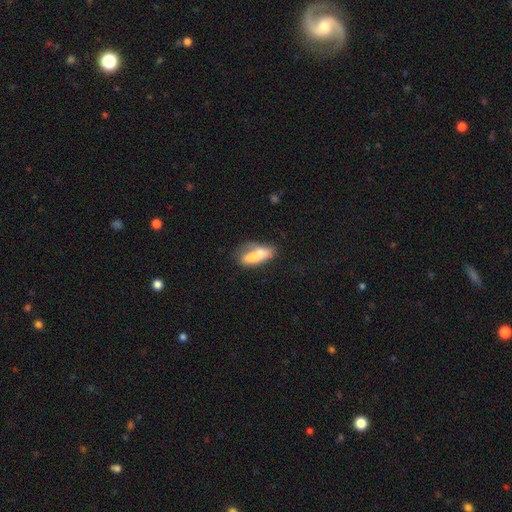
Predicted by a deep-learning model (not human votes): A smooth galaxy with no disk features (63%) that is in between round and cigar-shaped (66%). Merging: none (32%).